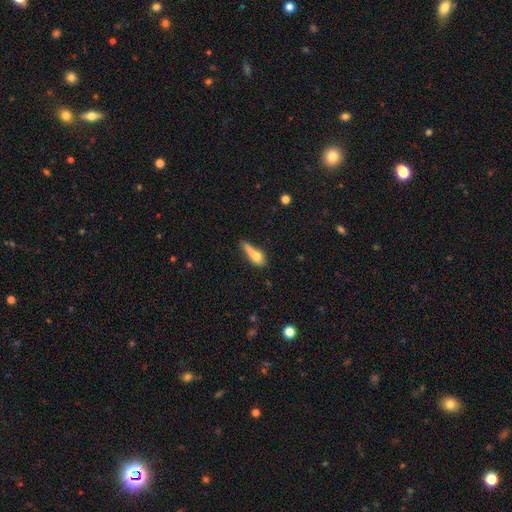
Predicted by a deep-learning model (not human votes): smooth 65%, featured or disk 25%, star or artifact 9%. Down the decision tree: how rounded — cigar-shaped (47%); merging — none (32%).